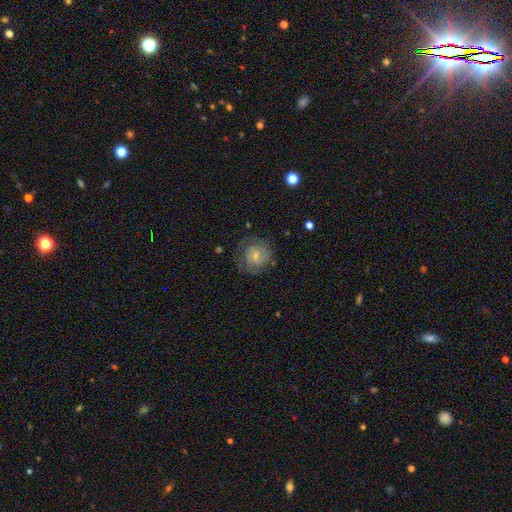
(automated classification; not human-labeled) Smooth or featured? Predicted: featured or disk (p=0.69). Edge-on disk? Predicted: no (p=0.98). Bar? Predicted: no (p=0.55). Spiral arms? Predicted: yes (p=0.89). Spiral winding? Predicted: tight (p=0.61). Spiral arm count? Predicted: 2 (p=0.49). Bulge size? Predicted: small (p=0.65). Merging? Predicted: none (p=0.69).